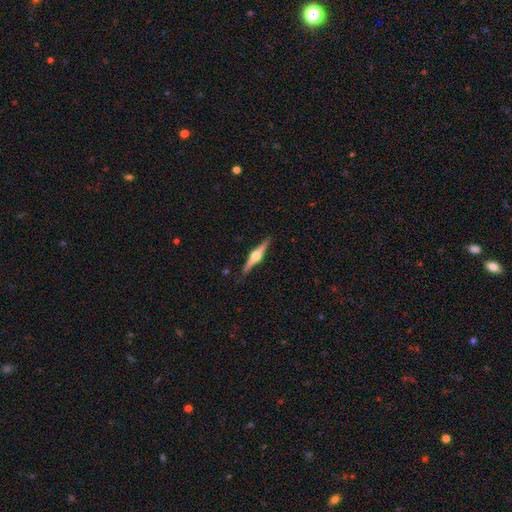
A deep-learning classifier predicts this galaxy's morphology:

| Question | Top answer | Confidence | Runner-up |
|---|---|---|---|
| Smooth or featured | featured or disk | 80% | smooth (15%) |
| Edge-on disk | yes | 98% | no (2%) |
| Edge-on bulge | rounded | 95% | boxy (3%) |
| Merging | none | 90% | minor disturbance (7%) |